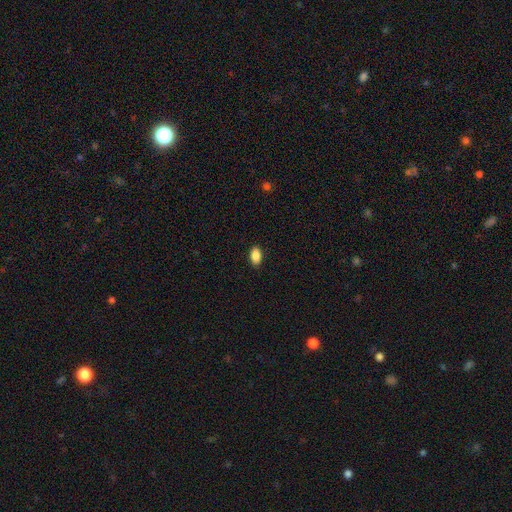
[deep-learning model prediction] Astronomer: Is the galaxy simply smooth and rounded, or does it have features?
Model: smooth — 88%.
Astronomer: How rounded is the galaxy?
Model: in between — 92%.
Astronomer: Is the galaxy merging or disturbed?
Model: none — 89%.